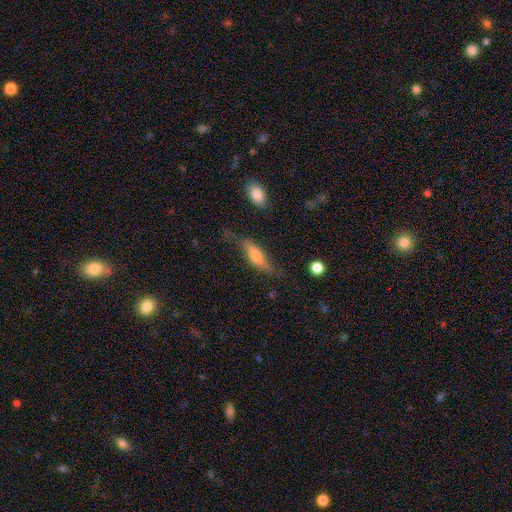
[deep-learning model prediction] Morphology: type=smooth (48%); merging=none (57%).